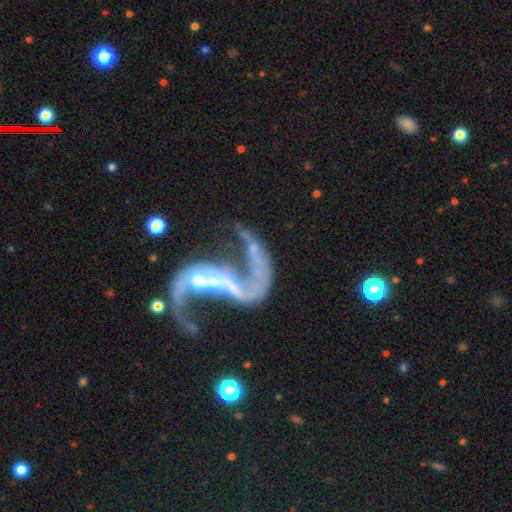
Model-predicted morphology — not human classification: type=featured or disk (82%); edge-on=no (94%); bar=no (46%); spiral arms=yes (71%); winding=loose (86%); arm count=2 (68%); bulge=small (44%); merging=merger (50%).